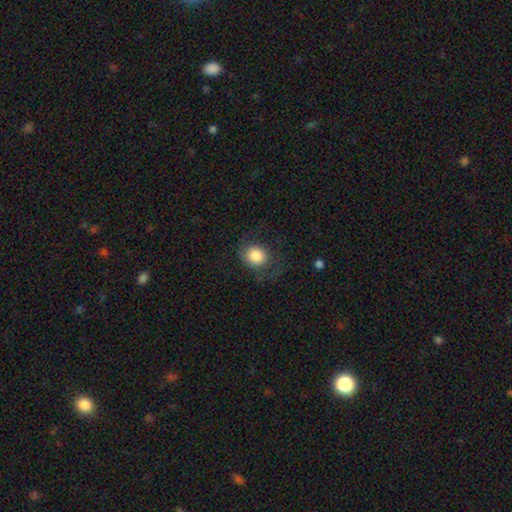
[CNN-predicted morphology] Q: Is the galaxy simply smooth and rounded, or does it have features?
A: smooth — 73%.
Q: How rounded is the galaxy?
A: round — 73%.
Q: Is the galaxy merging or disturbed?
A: none — 59%.